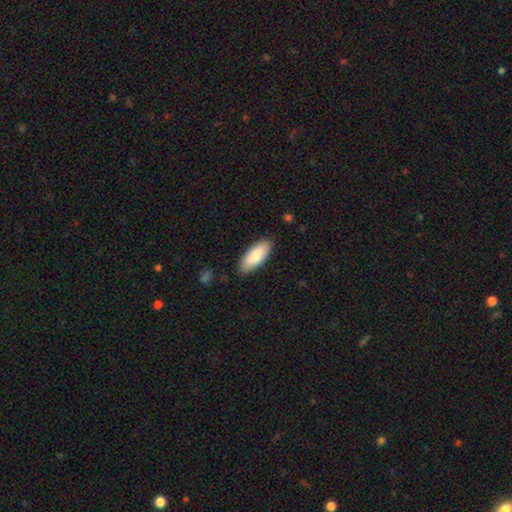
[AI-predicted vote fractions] A smooth galaxy with no disk features (84%) that is in between round and cigar-shaped (78%). Merging: none (87%).